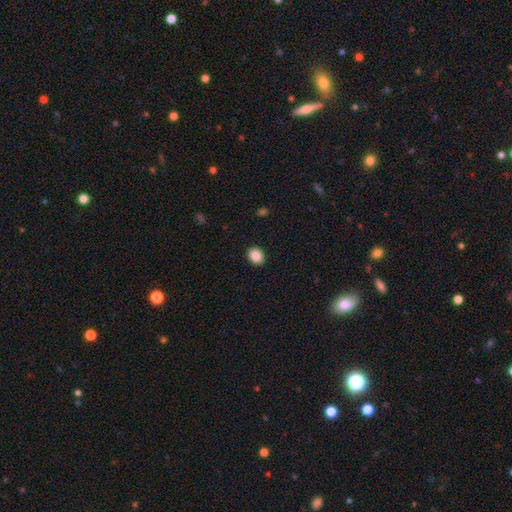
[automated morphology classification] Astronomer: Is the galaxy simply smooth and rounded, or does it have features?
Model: smooth — 88%.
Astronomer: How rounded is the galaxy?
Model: round — 53% (runner-up: in between, 46%).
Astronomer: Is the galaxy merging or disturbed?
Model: none — 91%.